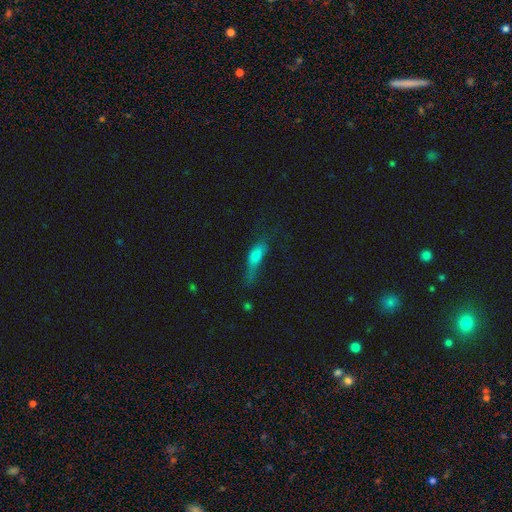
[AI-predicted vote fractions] Overall: smooth (67%). How rounded: in between (51%; cigar-shaped 44%). Merging: major disturbance (37%; none 29%).